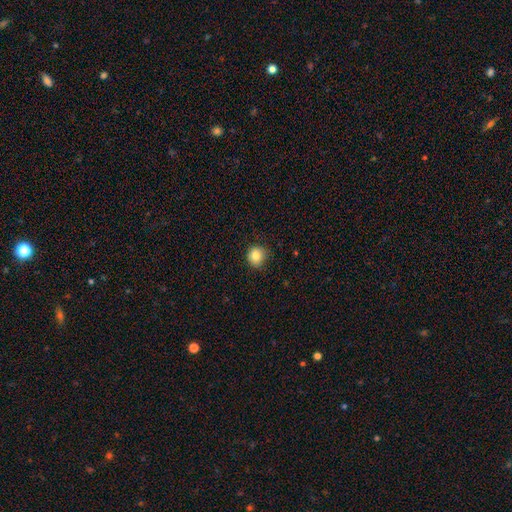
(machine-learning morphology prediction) A smooth galaxy with no disk features (83%) that is round (88%).

Vote fractions:
- Smooth or featured? smooth: 83% / star or artifact: 11% / featured or disk: 7%
- How rounded? round: 88% / in between: 11% / cigar-shaped: 1%
- Merging? none: 83% / minor disturbance: 13% / major disturbance: 3% / merger: 1%